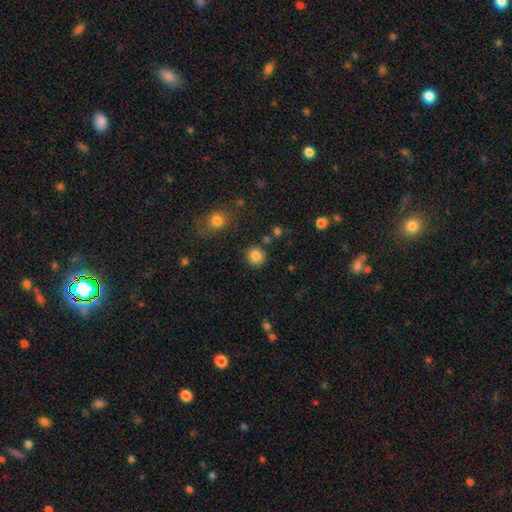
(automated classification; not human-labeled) Smooth or featured? Predicted: smooth (p=0.84). How rounded? Predicted: round (p=0.92). Merging? Predicted: none (p=0.87).